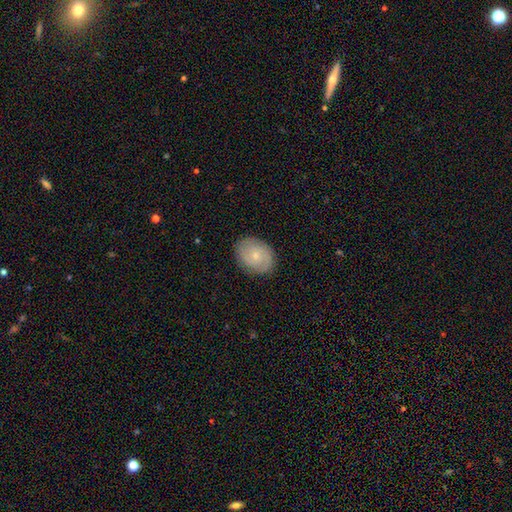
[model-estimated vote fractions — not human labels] Smooth or featured? Predicted: featured or disk (p=0.56). Edge-on disk? Predicted: no (p=0.97). Bar? Predicted: no (p=0.75). Spiral arms? Predicted: yes (p=0.84). Bulge size? Predicted: small (p=0.69). Merging? Predicted: none (p=0.85).